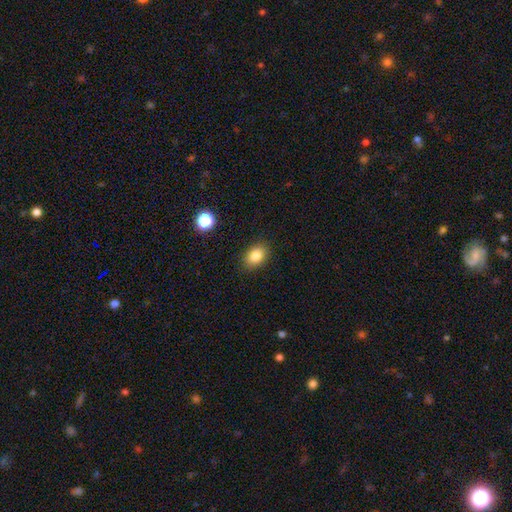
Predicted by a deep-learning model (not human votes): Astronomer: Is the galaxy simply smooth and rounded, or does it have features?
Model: smooth — 84%.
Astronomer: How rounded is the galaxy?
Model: in between — 75%.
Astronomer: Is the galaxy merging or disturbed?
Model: none — 87%.